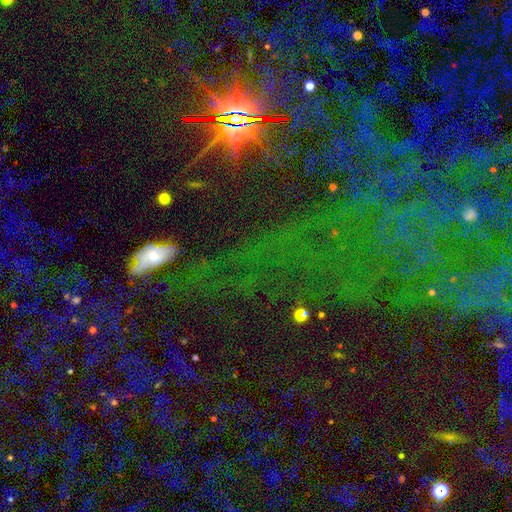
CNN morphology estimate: Smooth or featured?
  - star or artifact: 73% *
  - smooth: 15%
  - featured or disk: 12%